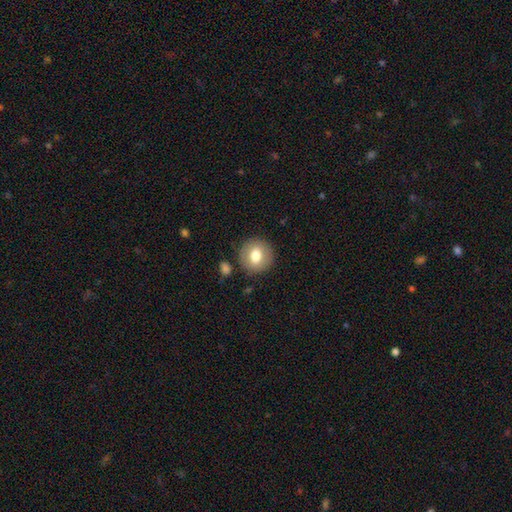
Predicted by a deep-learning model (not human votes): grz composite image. It shows a smooth galaxy with no disk features (75%) that is round (88%). Merging: none (87%).